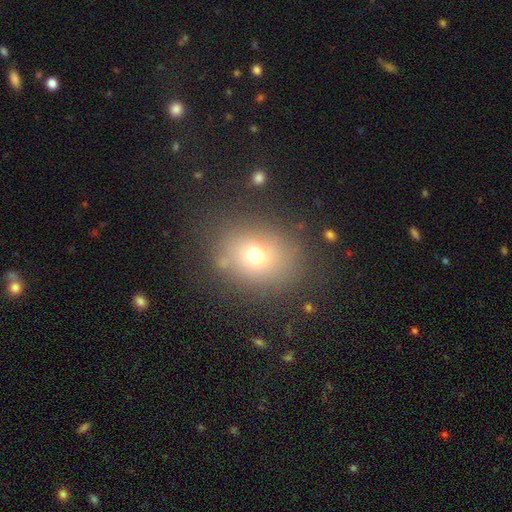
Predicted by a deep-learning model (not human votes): A smooth galaxy with no disk features (70%) that is round (59%). Merging: none (78%).